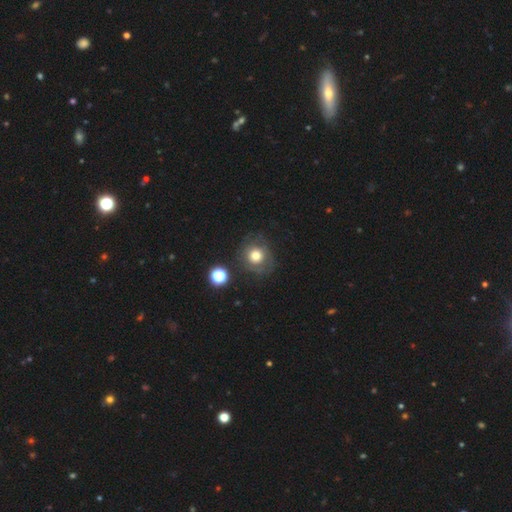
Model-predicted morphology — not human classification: type=smooth (54%); roundness=round (86%); merging=none (70%).